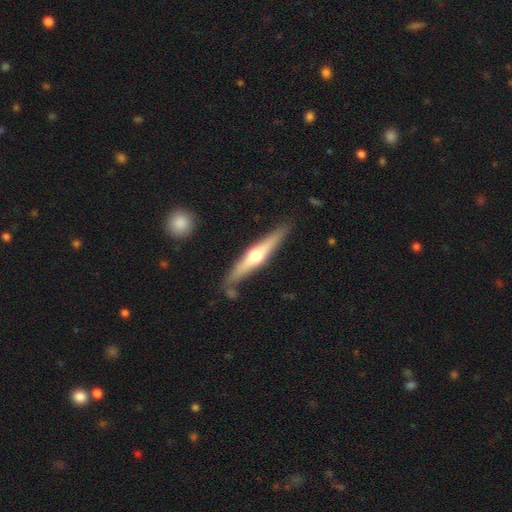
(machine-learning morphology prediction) type=featured or disk (64%); edge-on=yes (96%); edge-on bulge=rounded (92%); merging=none (85%).